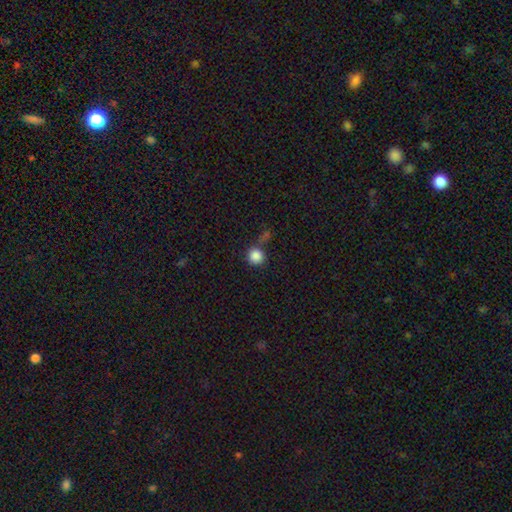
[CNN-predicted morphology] A smooth galaxy with no disk features (86%) that is round (94%).

Vote fractions:
- Smooth or featured? smooth: 86% / star or artifact: 10% / featured or disk: 4%
- How rounded? round: 94% / in between: 5% / cigar-shaped: 1%
- Merging? none: 67% / merger: 15% / minor disturbance: 13% / major disturbance: 6%